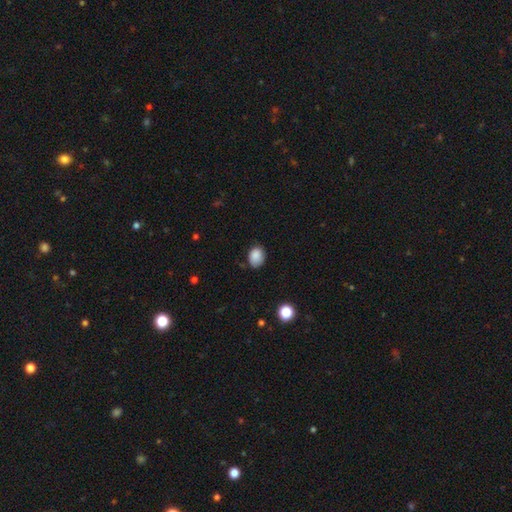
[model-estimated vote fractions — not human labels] A smooth galaxy with no disk features (87%) that is in between round and cigar-shaped (61%). Merging: none (72%).